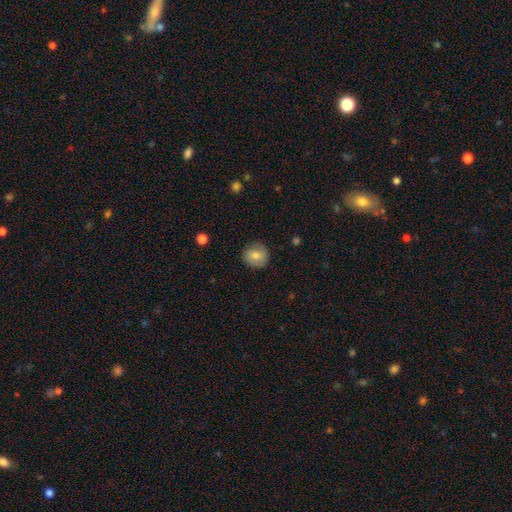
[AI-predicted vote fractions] smooth-or-featured: smooth: 74% | featured or disk: 18% | star or artifact: 8%
  how-rounded: round: 87% | in between: 12% | cigar-shaped: 1%
  merging: none: 83% | minor disturbance: 13% | major disturbance: 3% | merger: 1%